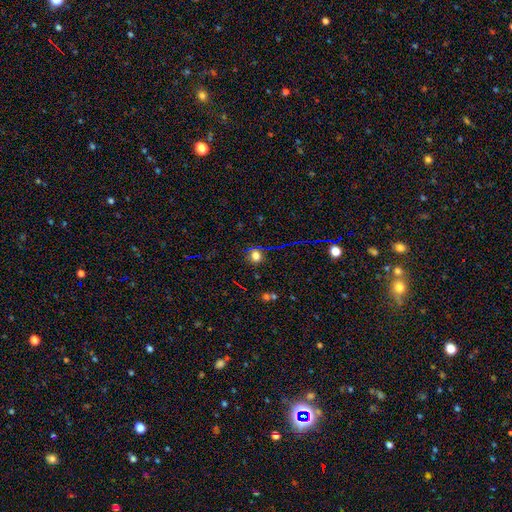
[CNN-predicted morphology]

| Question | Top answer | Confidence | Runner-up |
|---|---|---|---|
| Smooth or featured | smooth | 60% | star or artifact (31%) |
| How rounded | round | 88% | in between (10%) |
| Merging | none | 81% | minor disturbance (10%) |